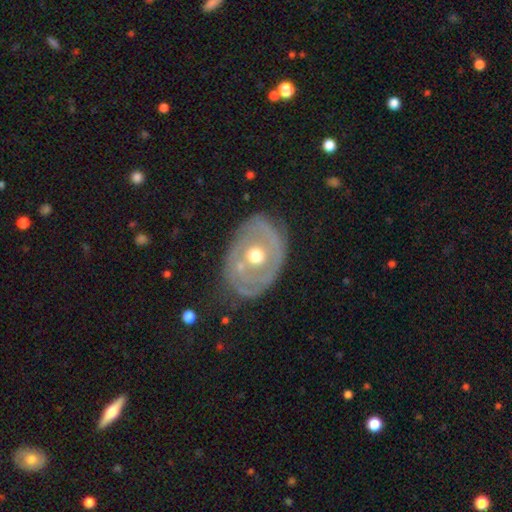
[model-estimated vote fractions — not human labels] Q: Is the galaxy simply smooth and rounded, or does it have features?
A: featured or disk — 71%.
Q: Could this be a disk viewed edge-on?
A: no — 94%.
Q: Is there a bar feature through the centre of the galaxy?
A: no — 83%.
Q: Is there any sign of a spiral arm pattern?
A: no — 59%.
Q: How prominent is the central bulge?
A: moderate — 78%.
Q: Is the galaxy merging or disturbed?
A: none — 69%.